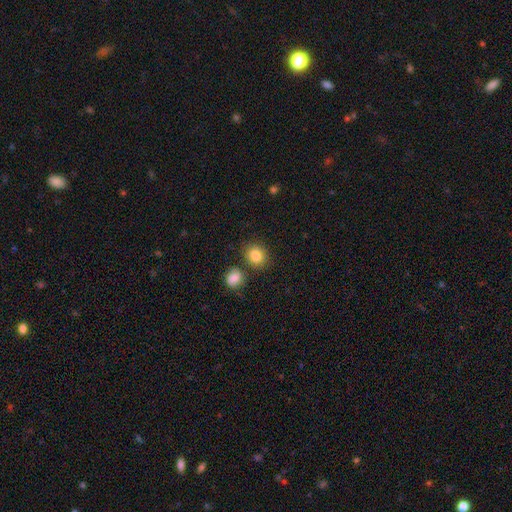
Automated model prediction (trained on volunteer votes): Smooth or featured: smooth — 84% (star or artifact — 9%)
How rounded: round — 72% (in between — 27%)
Merging: none — 77% (merger — 11%)